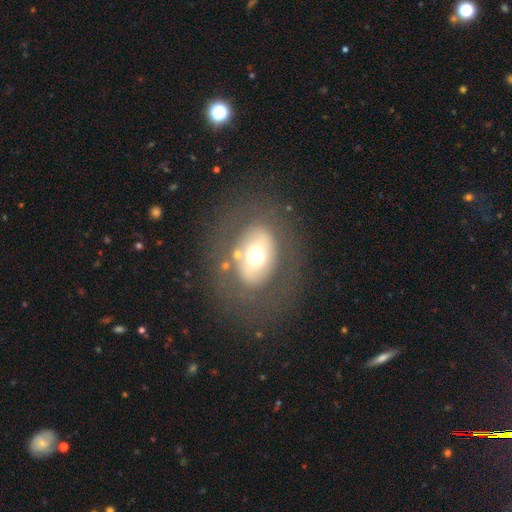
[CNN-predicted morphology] Q: Smooth or featured?
A: smooth (52%); runner-up: featured or disk (37%)
Q: How rounded?
A: in between (65%); runner-up: round (34%)
Q: Merging?
A: none (74%); runner-up: minor disturbance (12%)